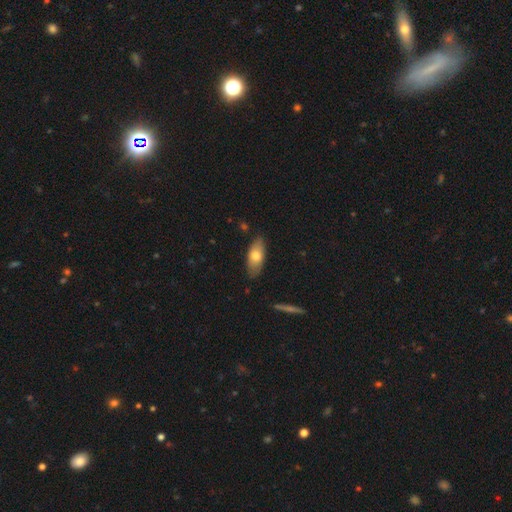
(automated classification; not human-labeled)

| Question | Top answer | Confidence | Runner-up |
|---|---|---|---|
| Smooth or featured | smooth | 71% | featured or disk (22%) |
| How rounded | in between | 84% | cigar-shaped (13%) |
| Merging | none | 80% | minor disturbance (16%) |